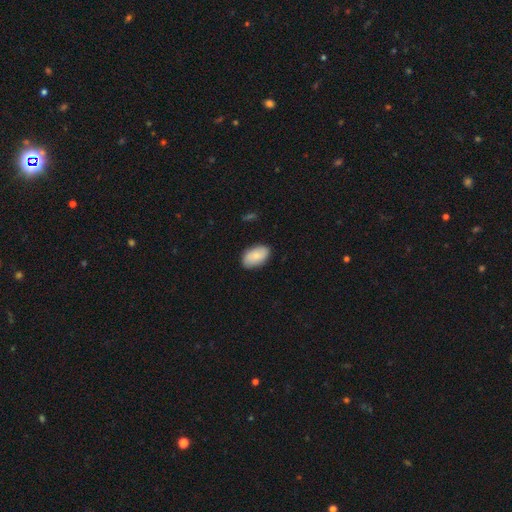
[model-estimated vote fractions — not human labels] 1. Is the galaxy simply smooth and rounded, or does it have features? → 79% smooth, 15% featured or disk, 6% star or artifact.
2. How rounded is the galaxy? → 94% in between, 5% round, 1% cigar-shaped.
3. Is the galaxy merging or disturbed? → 85% none, 12% minor disturbance, 2% major disturbance, 1% merger.